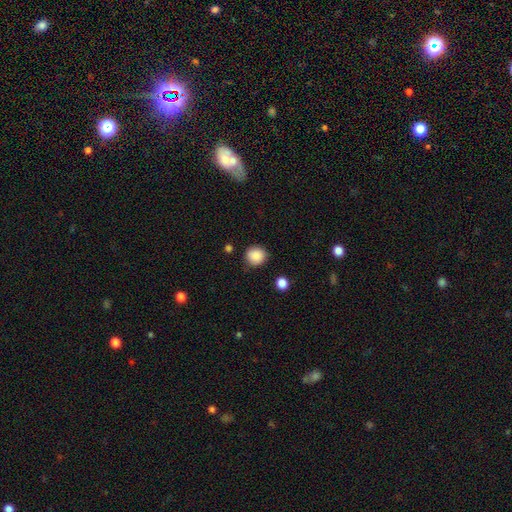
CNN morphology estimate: A smooth galaxy with no disk features (88%) that is round (89%). Merging: none (85%).